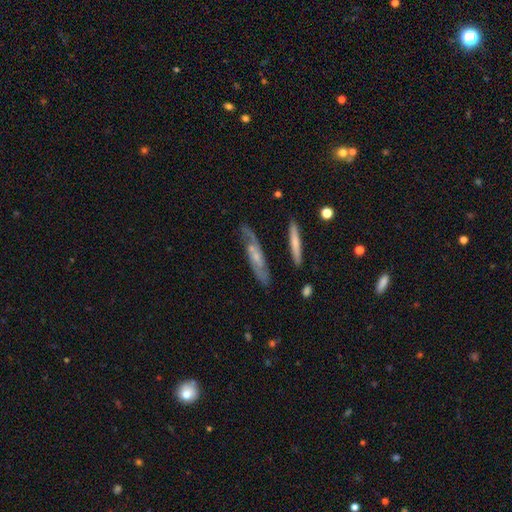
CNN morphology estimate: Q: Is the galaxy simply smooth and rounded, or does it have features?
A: featured or disk — 73%.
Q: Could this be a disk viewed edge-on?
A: no — 68%.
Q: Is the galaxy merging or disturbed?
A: none — 68%.